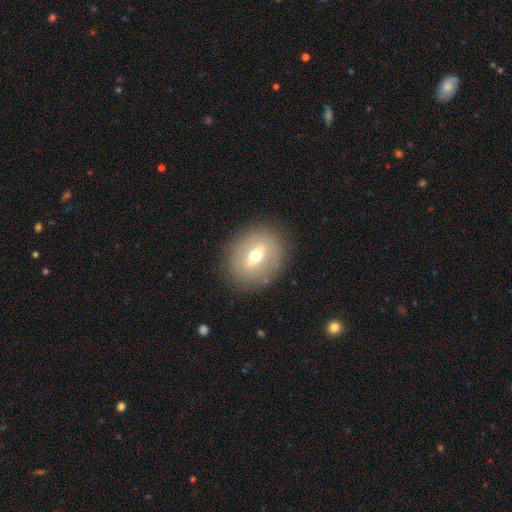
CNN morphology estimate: This is possibly a featured or disk galaxy (47%). Merging: clearly none (86%).